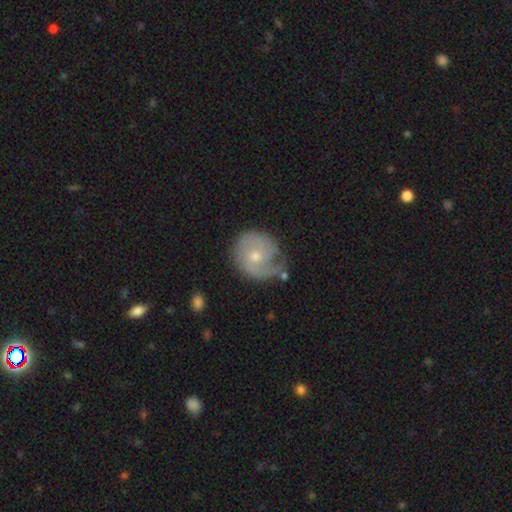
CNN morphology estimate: A featured or disk galaxy (63%) with no bar (70%), 1 (36%) tight (42%) spiral arms (85%) and a moderate central bulge (54%).

Vote fractions:
- Smooth or featured? featured or disk: 63% / smooth: 31% / star or artifact: 7%
- Edge-on disk? no: 97% / yes: 3%
- Bar? no: 70% / weak: 26% / strong: 4%
- Spiral arms? yes: 85% / no: 15%
- Spiral winding? tight: 42% / medium: 36% / loose: 21%
- Spiral arm count? 1: 36% / 2: 34% / can't tell: 19% / 3: 6% / 4: 2% / more than 4: 2%
- Bulge size? moderate: 54% / small: 42% / large: 2% / none: 1% / dominant: 1%
- Merging? none: 54% / minor disturbance: 27% / major disturbance: 14% / merger: 5%